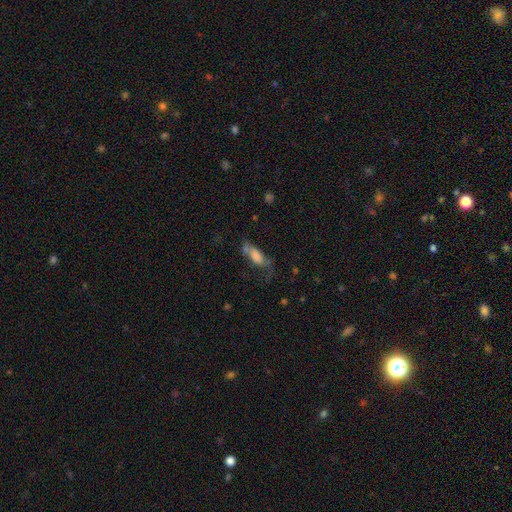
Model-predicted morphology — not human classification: The model was most divided on "merging": none: 33%, major disturbance: 28%, minor disturbance: 26%, merger: 13%. More confident: how rounded — in between (71%); smooth or featured — smooth (69%).